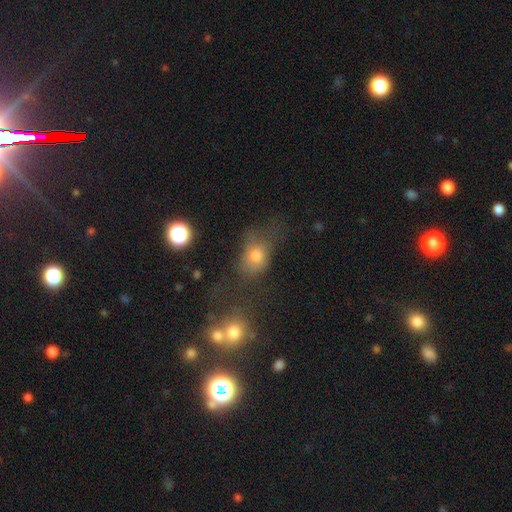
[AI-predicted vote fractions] Morphology: type=smooth (69%); roundness=in between (61%); merging=none (39%).